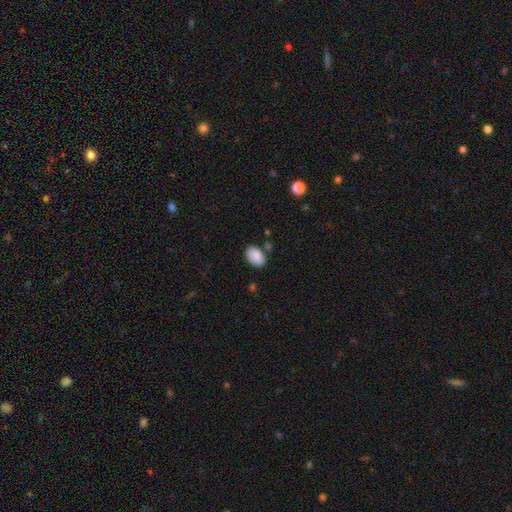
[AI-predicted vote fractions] This is clearly a smooth galaxy (88%). How rounded: clearly in between (85%). Merging: likely none (77%).